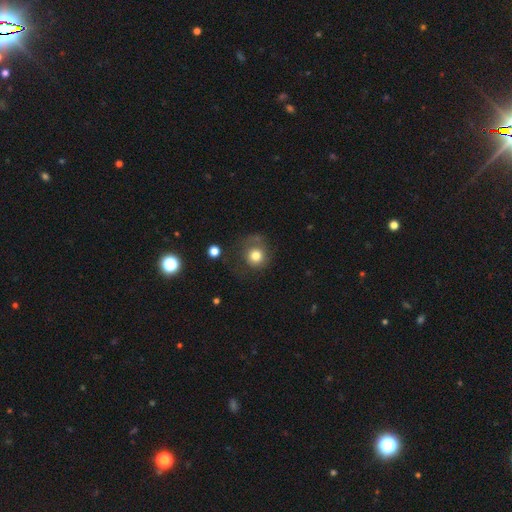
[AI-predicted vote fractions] Smooth or featured?
  - smooth: 77% *
  - featured or disk: 12%
  - star or artifact: 11%
How rounded?
  - round: 90% *
  - in between: 9%
  - cigar-shaped: 1%
Merging?
  - none: 61% *
  - minor disturbance: 19%
  - major disturbance: 15%
  - merger: 4%